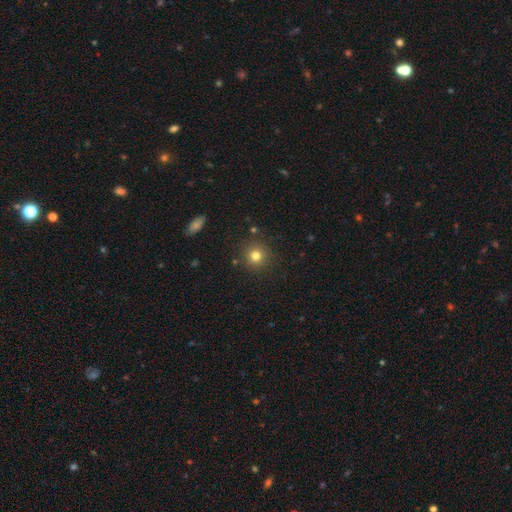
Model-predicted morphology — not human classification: This appears to be a smooth galaxy with no disk features (78%) that is round (93%). Merging: none (88%).